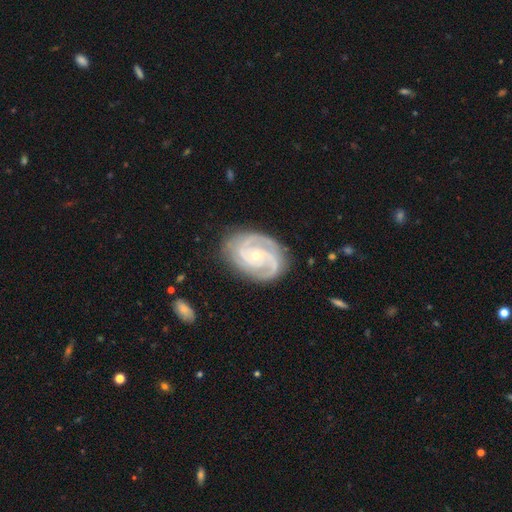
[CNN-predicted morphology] A featured or disk galaxy (92%) with no bar (64%), 2 (66%) tight (57%) spiral arms (98%) and a small central bulge (72%).

Vote fractions:
- Smooth or featured? featured or disk: 92% / star or artifact: 4% / smooth: 4%
- Edge-on disk? no: 98% / yes: 2%
- Bar? no: 64% / weak: 28% / strong: 9%
- Spiral arms? yes: 98% / no: 2%
- Spiral winding? tight: 57% / medium: 38% / loose: 5%
- Spiral arm count? 2: 66% / 3: 20% / can't tell: 6% / 4: 3% / 1: 3% / more than 4: 3%
- Bulge size? small: 72% / moderate: 25% / none: 1% / large: 1% / dominant: 1%
- Merging? none: 80% / minor disturbance: 15% / major disturbance: 4% / merger: 1%